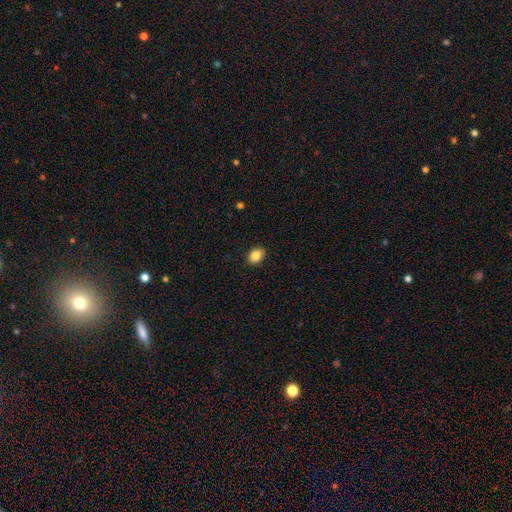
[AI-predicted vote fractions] The model was most divided on "how rounded": in between: 73%, round: 26%, cigar-shaped: 1%. More confident: merging — none (89%); smooth or featured — smooth (87%).